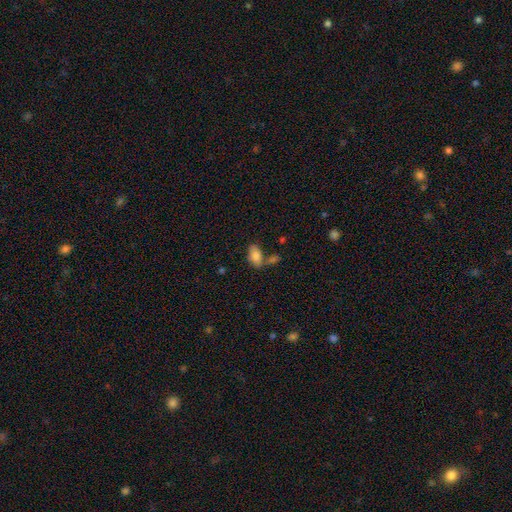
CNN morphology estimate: A smooth galaxy with no disk features (79%) that is in between round and cigar-shaped (91%). Merging: none (56%).